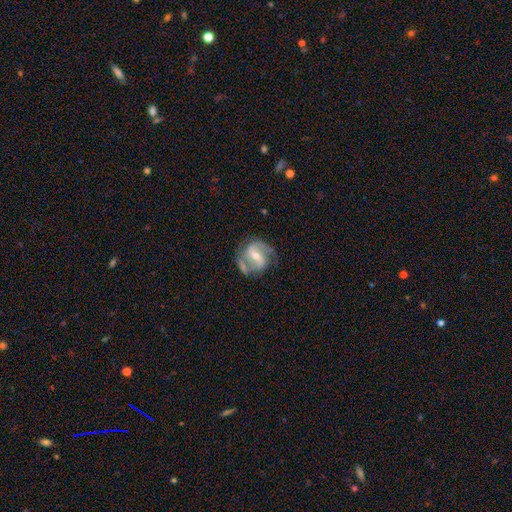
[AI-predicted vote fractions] Smooth or featured? Predicted: featured or disk (p=0.87). Edge-on disk? Predicted: no (p=0.97). Bar? Predicted: strong (p=0.51). Spiral arms? Predicted: yes (p=0.95). Spiral winding? Predicted: medium (p=0.54). Spiral arm count? Predicted: 2 (p=0.88). Bulge size? Predicted: small (p=0.51). Merging? Predicted: none (p=0.68).